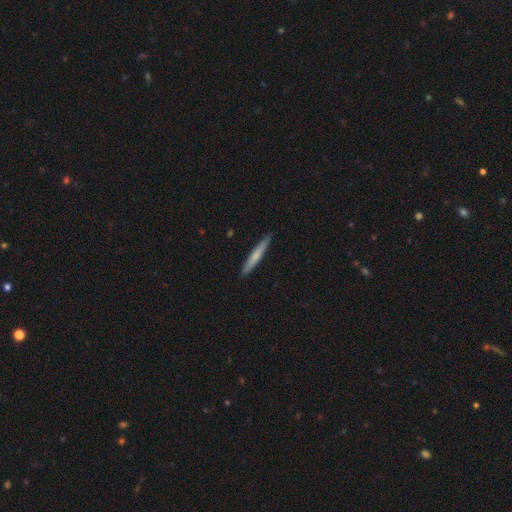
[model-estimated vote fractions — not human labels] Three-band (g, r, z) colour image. It shows a smooth galaxy with no disk features (65%) that is cigar-shaped (95%). Merging: none (90%).